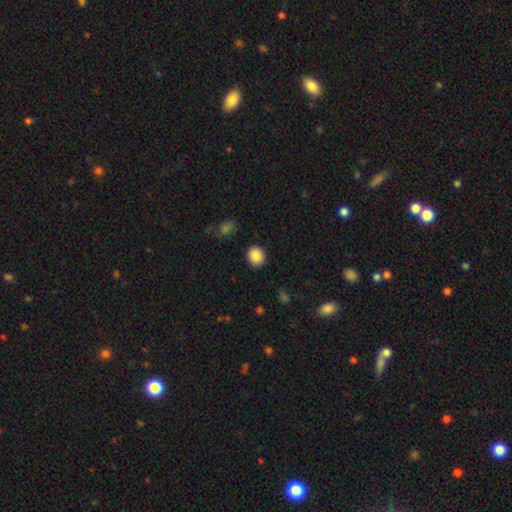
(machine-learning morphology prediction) Smooth or featured? smooth (88%)
How rounded? round (74%)
Merging? none (90%)